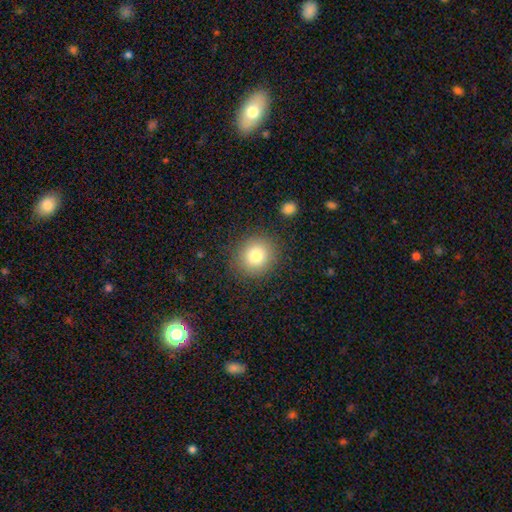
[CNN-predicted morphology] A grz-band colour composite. It shows a smooth galaxy with no disk features (80%) that is round (87%). Merging: none (88%).